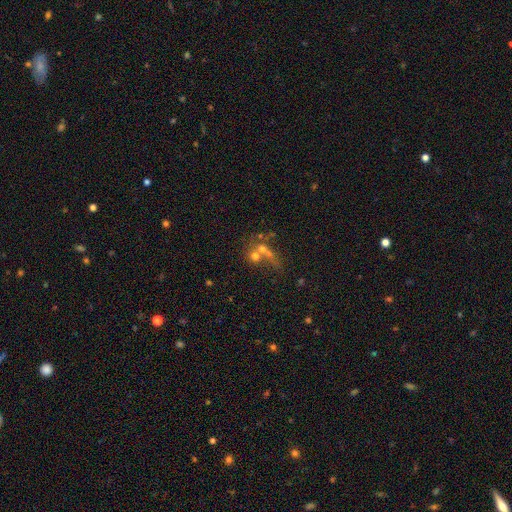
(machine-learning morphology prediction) A smooth galaxy with no disk features (47%).

Vote fractions:
- Smooth or featured? smooth: 47% / featured or disk: 31% / star or artifact: 23%
- Merging? merger: 54% / none: 29% / major disturbance: 9% / minor disturbance: 7%